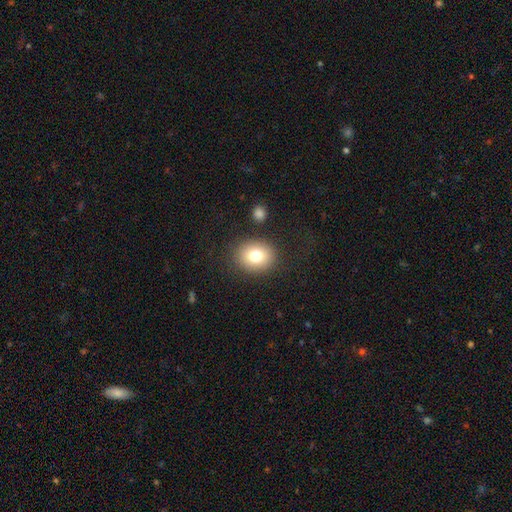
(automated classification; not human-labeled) Q: Smooth or featured?
A: smooth (77%); runner-up: featured or disk (12%)
Q: How rounded?
A: round (61%); runner-up: in between (38%)
Q: Merging?
A: none (85%); runner-up: minor disturbance (9%)